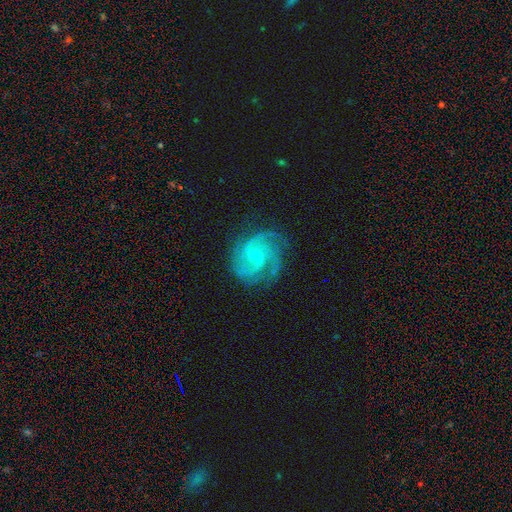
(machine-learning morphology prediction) Overall: featured or disk (89%). Edge-on disk: no (98%). Bar: no (66%; weak 29%). Spiral arms: yes (98%). Spiral arm count: 3 (48%; 4 16%). Spiral winding: medium (46%, tied with tight). Bulge size: small (78%). Merging: none (73%).